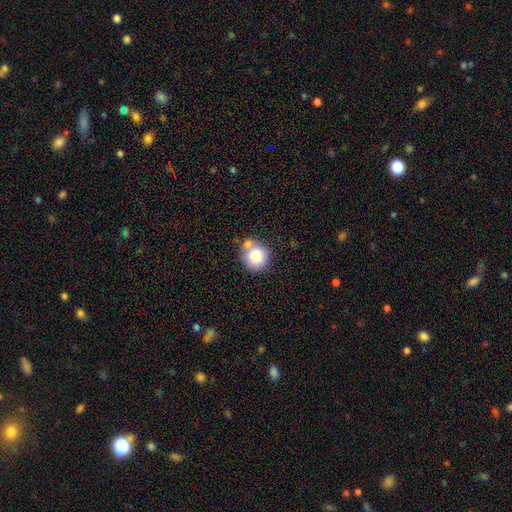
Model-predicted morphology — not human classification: smooth 81%, featured or disk 11%, star or artifact 9%. Down the decision tree: how rounded — round (88%); merging — none (52%).